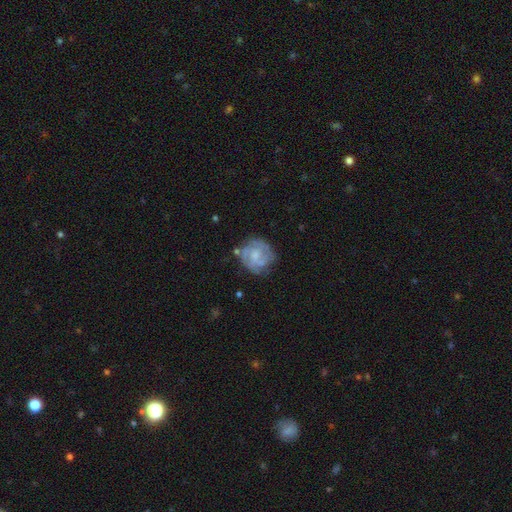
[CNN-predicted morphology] Smooth or featured? Predicted: featured or disk (p=0.70). Edge-on disk? Predicted: no (p=0.98). Bar? Predicted: no (p=0.63). Spiral arms? Predicted: yes (p=0.82). Spiral winding? Predicted: tight (p=0.53). Spiral arm count? Predicted: 2 (p=0.34). Bulge size? Predicted: small (p=0.41). Merging? Predicted: none (p=0.66).